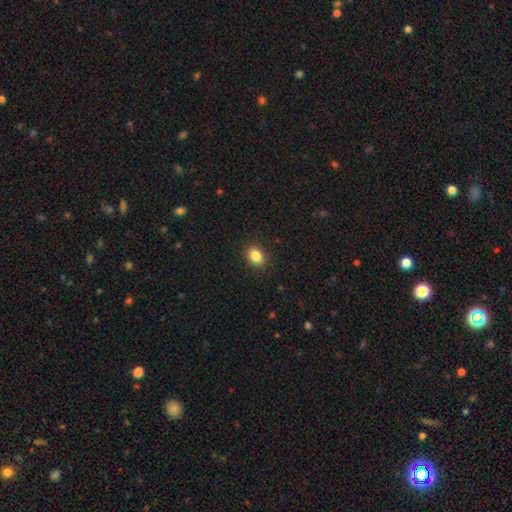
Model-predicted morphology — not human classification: type=smooth (85%); roundness=in between (61%); merging=none (89%).